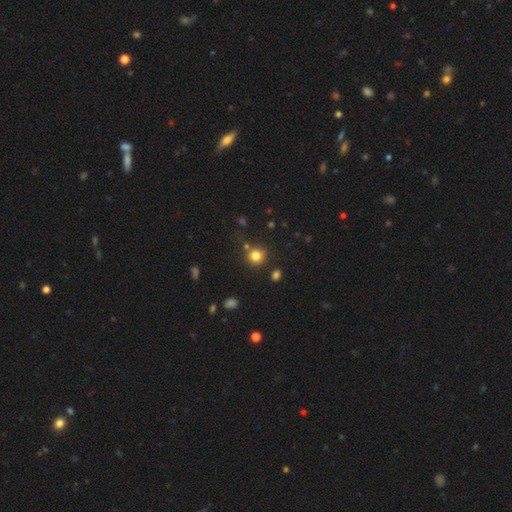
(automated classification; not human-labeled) This appears to be a smooth galaxy with no disk features (81%) that is round (91%). Merging: none (79%).